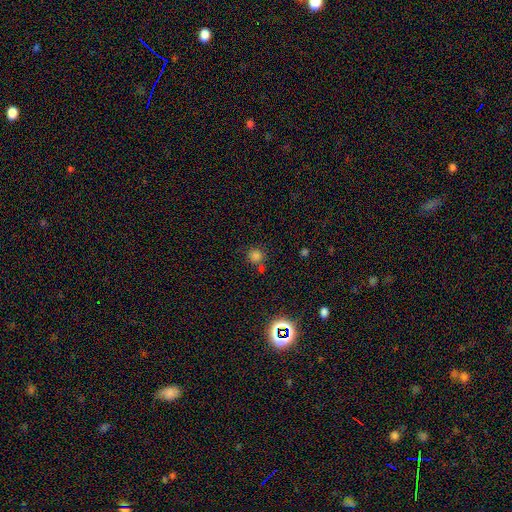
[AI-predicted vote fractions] This appears to be a smooth galaxy with no disk features (76%) that is round (92%). Merging: none (67%).